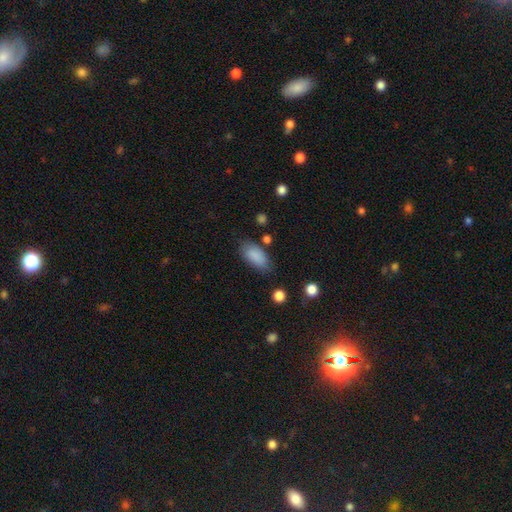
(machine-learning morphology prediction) Q: Smooth or featured?
A: smooth (87%); runner-up: star or artifact (7%)
Q: How rounded?
A: in between (90%); runner-up: cigar-shaped (7%)
Q: Merging?
A: none (75%); runner-up: minor disturbance (17%)